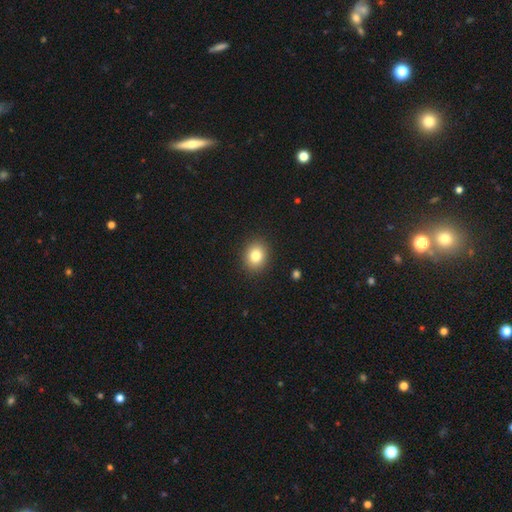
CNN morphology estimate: smooth 82%, star or artifact 10%, featured or disk 8%. Down the decision tree: how rounded — round (67%); merging — none (90%).